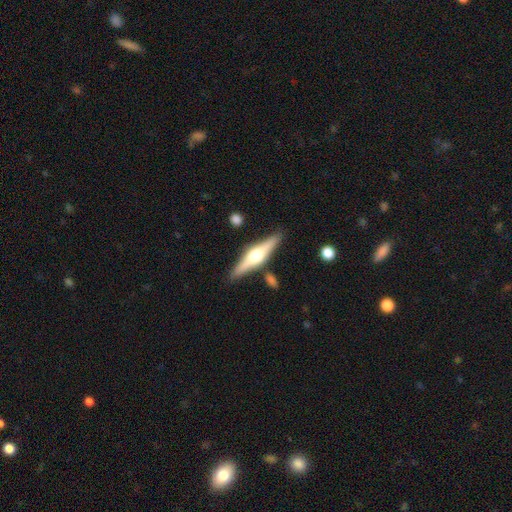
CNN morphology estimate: A featured or disk galaxy (71%) viewed edge-on (97%) with a rounded central bulge (93%). Merging: none (85%).